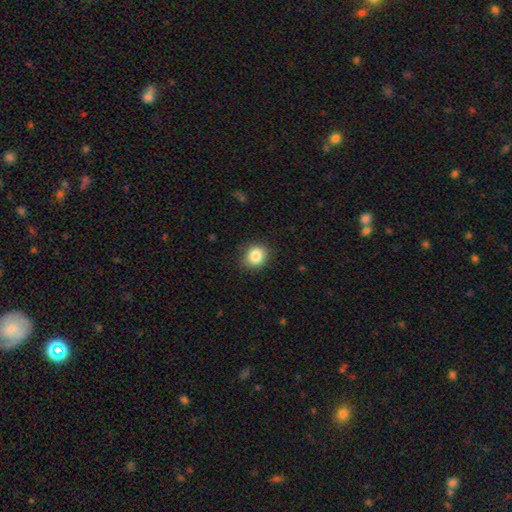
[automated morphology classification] The model was most divided on "how rounded": round: 71%, in between: 28%, cigar-shaped: 1%. More confident: smooth or featured — smooth (85%); merging — none (83%).